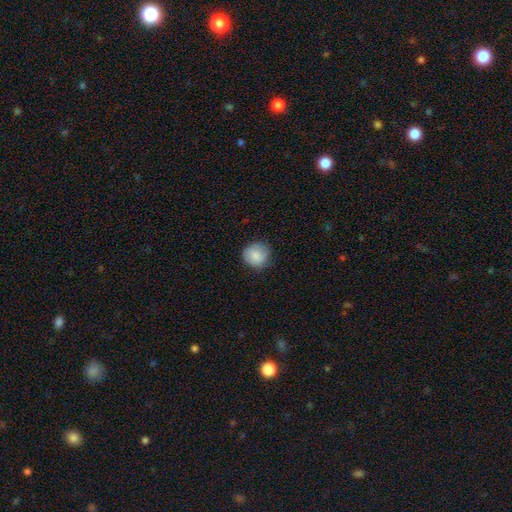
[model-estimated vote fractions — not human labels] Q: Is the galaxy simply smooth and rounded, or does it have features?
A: smooth — 85%.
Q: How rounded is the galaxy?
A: round — 87%.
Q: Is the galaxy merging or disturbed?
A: none — 79%.